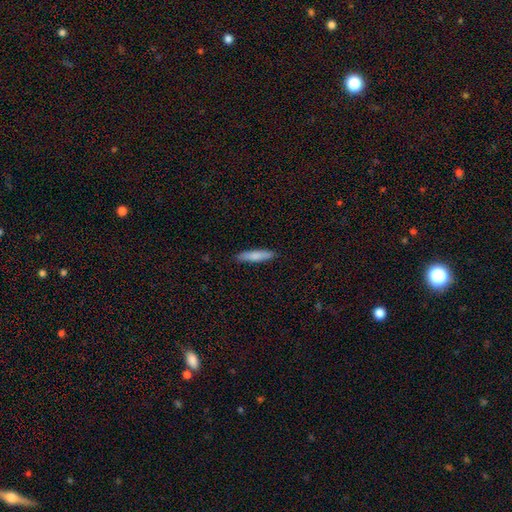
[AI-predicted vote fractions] smooth_or_featured: smooth (p=0.80) [alt: featured or disk p=0.14]
how_rounded: cigar-shaped (p=0.85) [alt: in between p=0.14]
merging: none (p=0.89) [alt: minor disturbance p=0.08]